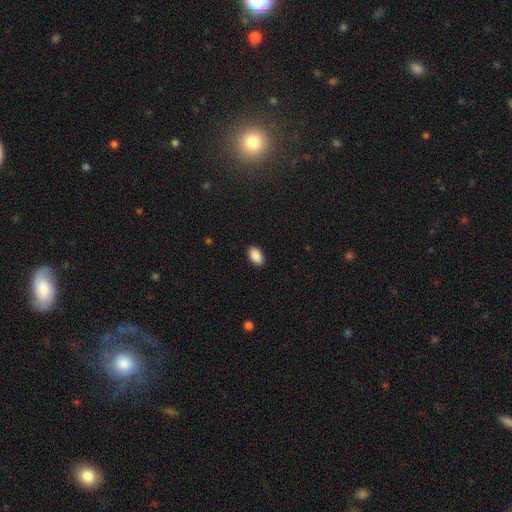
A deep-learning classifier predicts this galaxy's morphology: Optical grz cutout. It shows a smooth galaxy with no disk features (90%) that is in between round and cigar-shaped (93%). Merging: none (89%).